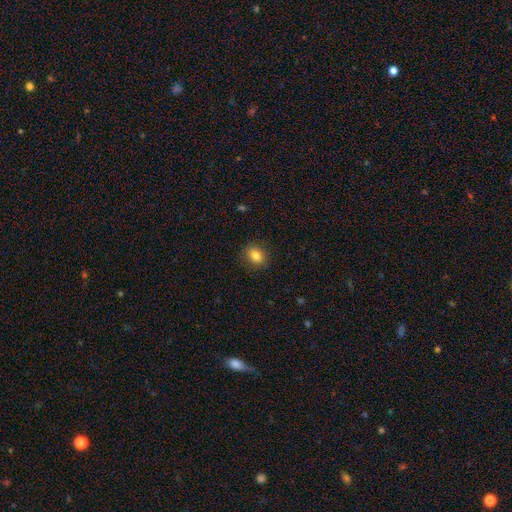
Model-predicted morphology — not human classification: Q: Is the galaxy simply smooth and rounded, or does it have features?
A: smooth — 83%.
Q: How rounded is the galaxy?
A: in between — 53%.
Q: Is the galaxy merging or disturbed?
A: none — 87%.